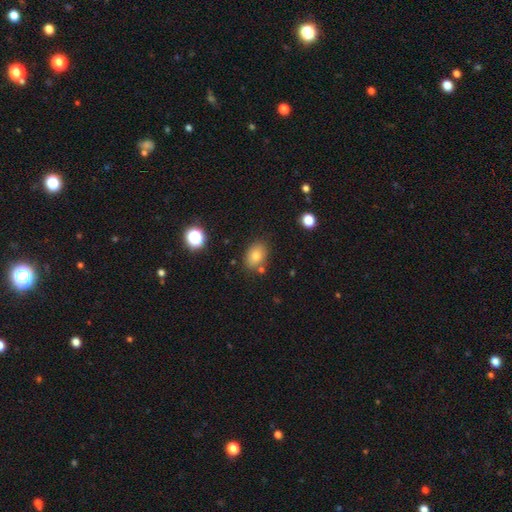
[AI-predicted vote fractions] Smooth or featured?
  - smooth: 78% *
  - star or artifact: 12%
  - featured or disk: 10%
How rounded?
  - in between: 72% *
  - round: 26%
  - cigar-shaped: 1%
Merging?
  - none: 79% *
  - minor disturbance: 12%
  - merger: 6%
  - major disturbance: 3%